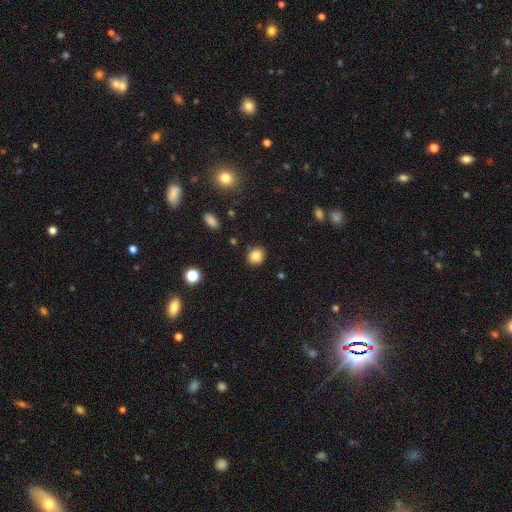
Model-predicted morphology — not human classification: Smooth or featured? smooth (83%)
How rounded? round (76%)
Merging? none (84%)